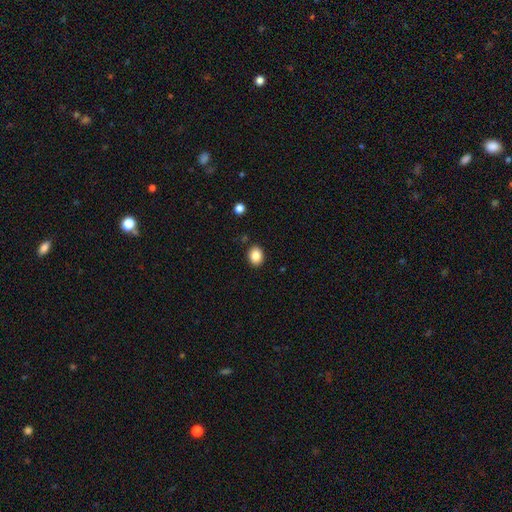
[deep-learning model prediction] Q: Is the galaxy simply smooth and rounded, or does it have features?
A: smooth — 86%.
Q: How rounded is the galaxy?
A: in between — 56%.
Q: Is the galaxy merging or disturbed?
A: none — 88%.